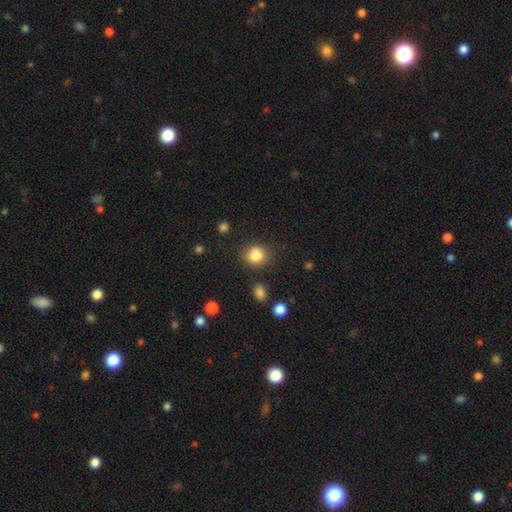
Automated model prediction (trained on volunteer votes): Smooth or featured: smooth — 83% (star or artifact — 11%)
How rounded: round — 75% (in between — 24%)
Merging: none — 78% (minor disturbance — 13%)